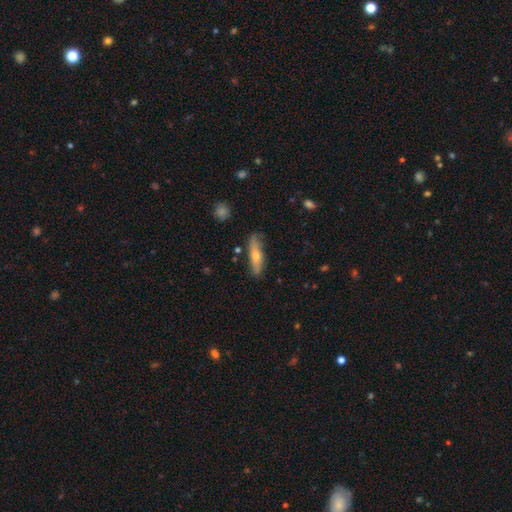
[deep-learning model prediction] Smooth or featured? smooth (53%)
How rounded? cigar-shaped (73%)
Merging? none (80%)